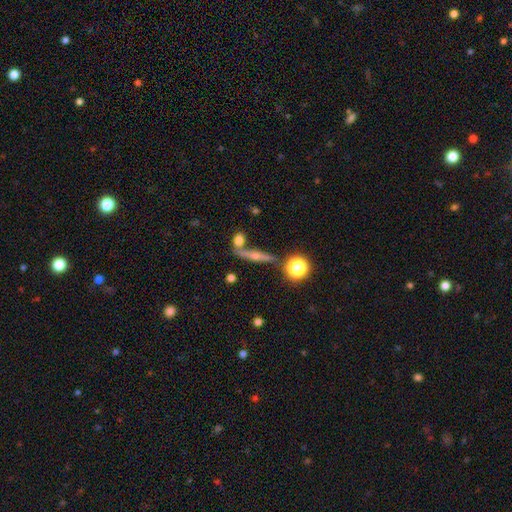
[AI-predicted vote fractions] Morphology: type=featured or disk (51%); edge-on=yes (90%); merging=none (68%).